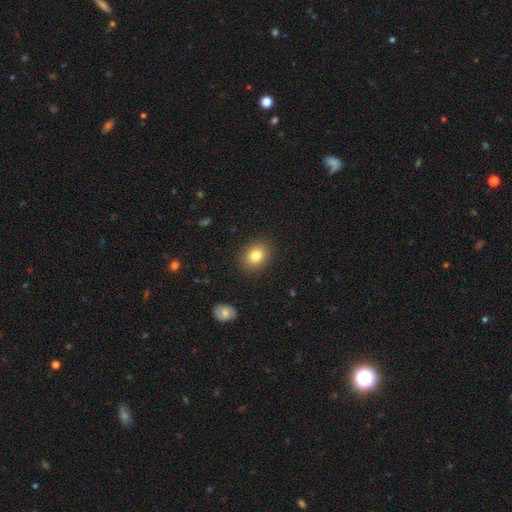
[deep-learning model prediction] smooth-or-featured: smooth: 82% | star or artifact: 10% | featured or disk: 8%
  how-rounded: round: 55% | in between: 44% | cigar-shaped: 1%
  merging: none: 89% | minor disturbance: 8% | major disturbance: 2% | merger: 1%